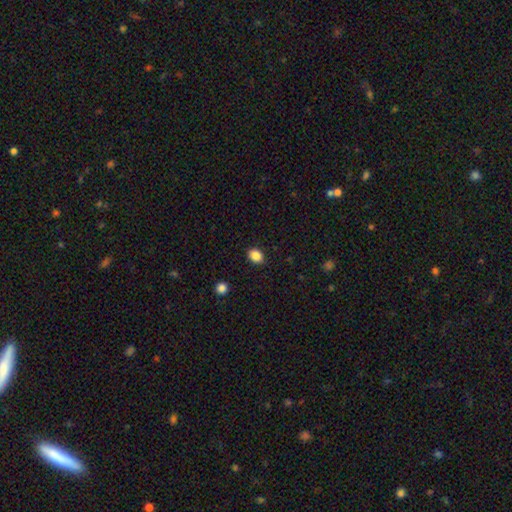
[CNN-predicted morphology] Smooth or featured? Predicted: smooth (p=0.87). How rounded? Predicted: in between (p=0.58). Merging? Predicted: none (p=0.89).